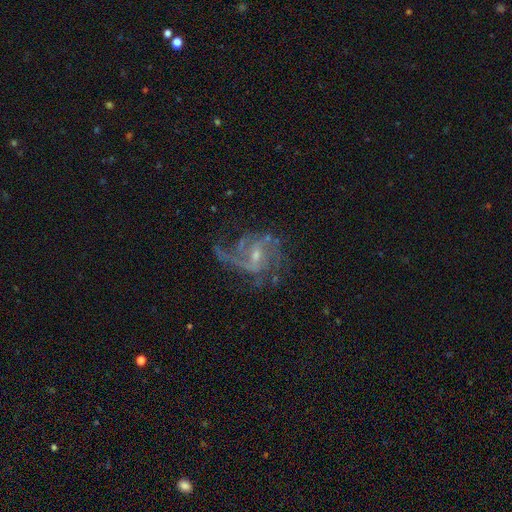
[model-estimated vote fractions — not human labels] Q: Smooth or featured?
A: featured or disk (86%); runner-up: star or artifact (7%)
Q: Edge-on disk?
A: no (98%); runner-up: yes (2%)
Q: Bar?
A: weak (53%); runner-up: no (32%)
Q: Spiral arms?
A: yes (93%); runner-up: no (7%)
Q: Spiral winding?
A: medium (43%); runner-up: loose (41%)
Q: Spiral arm count?
A: 2 (38%); runner-up: 3 (20%)
Q: Bulge size?
A: small (60%); runner-up: moderate (34%)
Q: Merging?
A: none (51%); runner-up: major disturbance (28%)